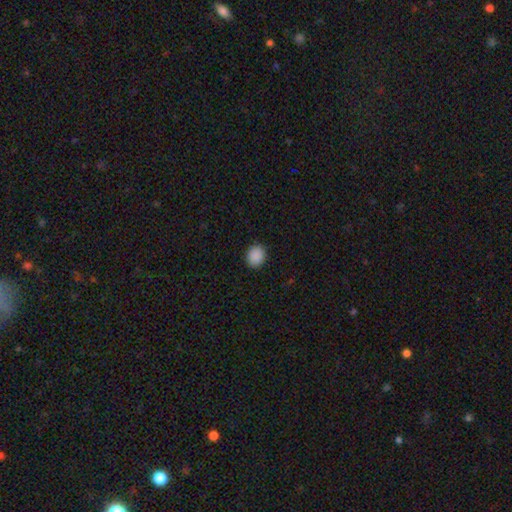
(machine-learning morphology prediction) Smooth or featured? smooth (89%)
How rounded? round (66%)
Merging? none (89%)